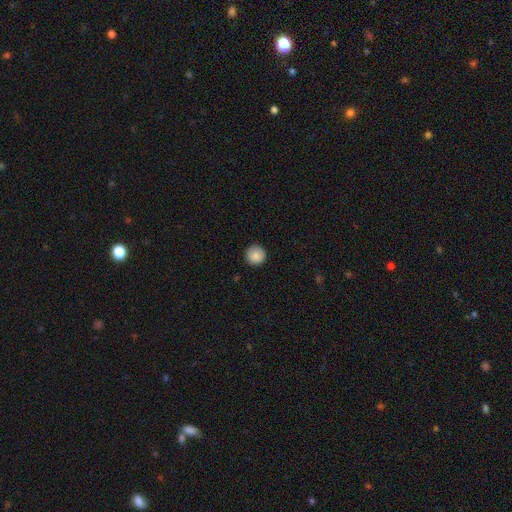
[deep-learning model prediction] smooth_or_featured: smooth (p=0.88) [alt: star or artifact p=0.08]
how_rounded: round (p=0.96) [alt: in between p=0.03]
merging: none (p=0.91) [alt: minor disturbance p=0.07]